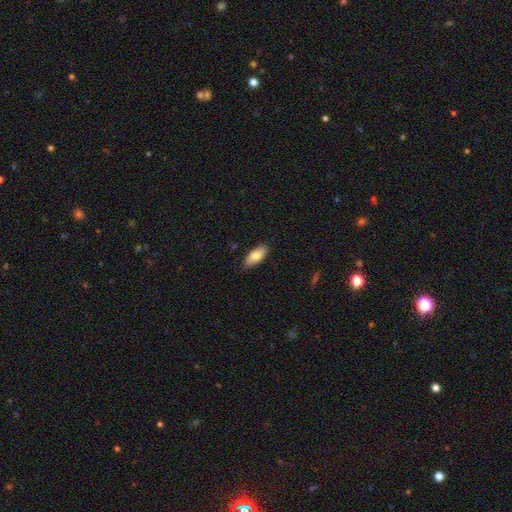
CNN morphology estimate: The model was most divided on "smooth or featured": smooth: 76%, featured or disk: 17%, star or artifact: 6%. More confident: merging — none (86%); how rounded — in between (84%).